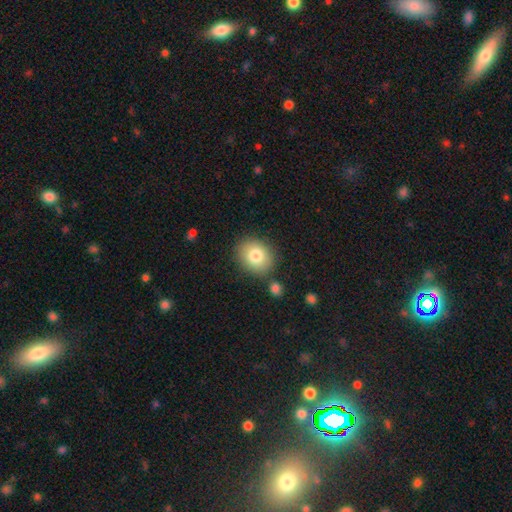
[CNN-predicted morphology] A smooth galaxy with no disk features (81%) that is round (60%). Merging: none (80%).